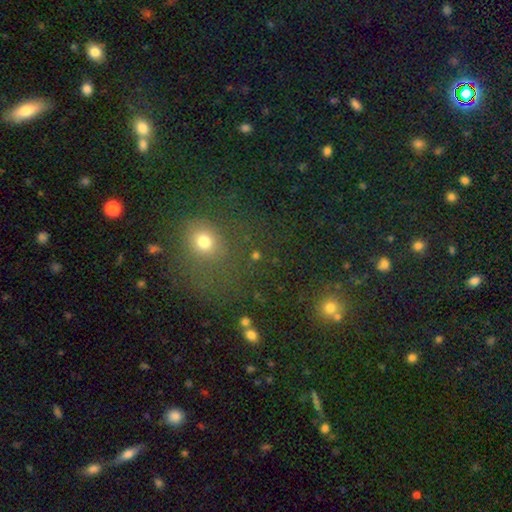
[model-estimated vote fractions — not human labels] The model was most divided on "smooth or featured": smooth: 61%, star or artifact: 29%, featured or disk: 9%. More confident: how rounded — round (74%); merging — none (69%).